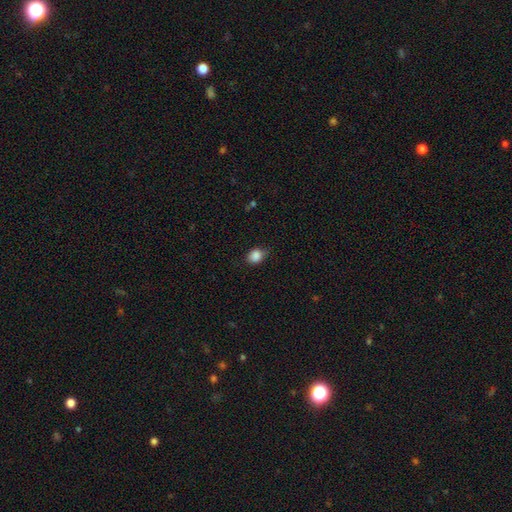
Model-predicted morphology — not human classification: This appears to be a smooth galaxy with no disk features (86%) that is in between round and cigar-shaped (50%). Merging: none (69%).